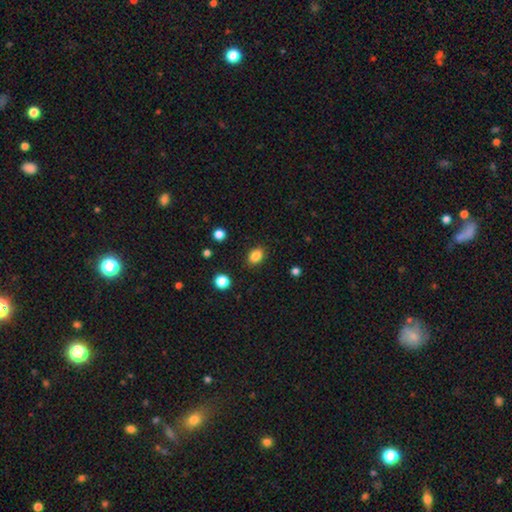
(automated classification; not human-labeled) The model was most divided on "how rounded": in between: 73%, round: 26%, cigar-shaped: 1%. More confident: merging — none (88%); smooth or featured — smooth (85%).